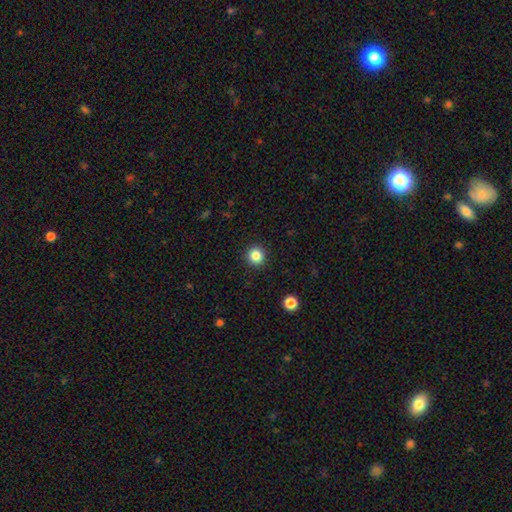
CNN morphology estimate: Q: Smooth or featured?
A: smooth (84%); runner-up: star or artifact (12%)
Q: How rounded?
A: round (94%); runner-up: in between (5%)
Q: Merging?
A: none (93%); runner-up: minor disturbance (5%)